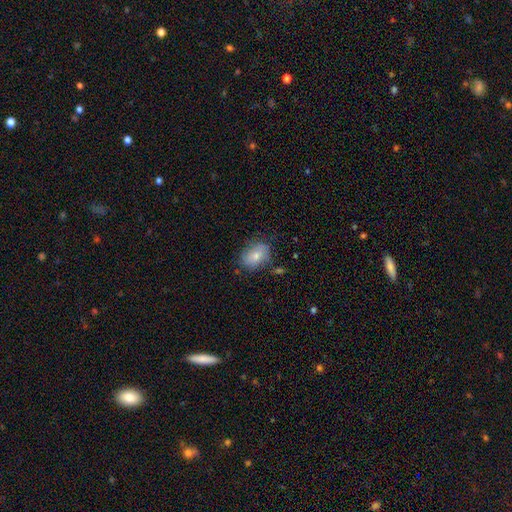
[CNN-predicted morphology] smooth 69%, featured or disk 23%, star or artifact 8%. Down the decision tree: how rounded — in between (77%); merging — none (68%).